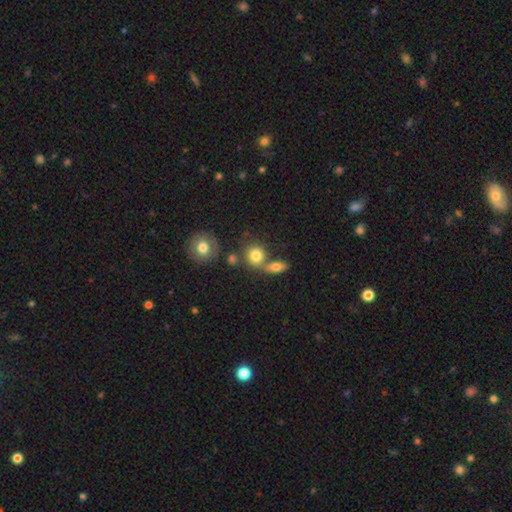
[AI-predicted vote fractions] smooth-or-featured: smooth: 79% | featured or disk: 11% | star or artifact: 11%
  how-rounded: round: 77% | in between: 22% | cigar-shaped: 1%
  merging: none: 54% | merger: 31% | minor disturbance: 11% | major disturbance: 5%